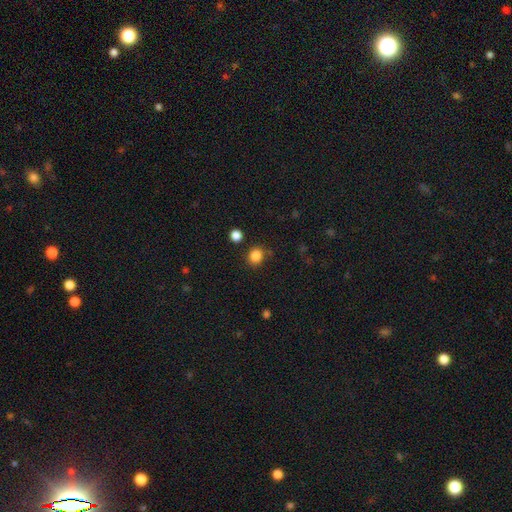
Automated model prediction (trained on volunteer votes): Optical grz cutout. It shows a smooth galaxy with no disk features (85%) that is round (76%). Merging: none (82%).